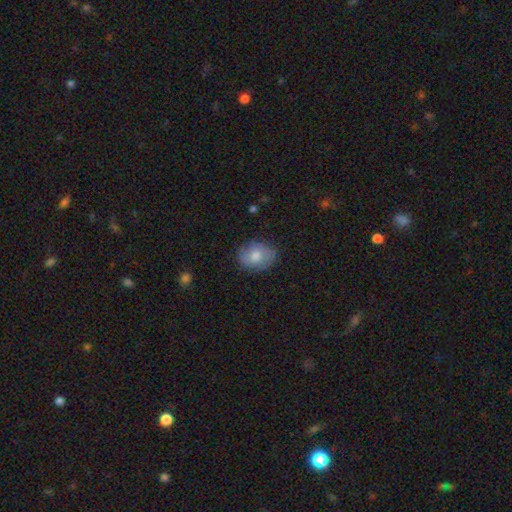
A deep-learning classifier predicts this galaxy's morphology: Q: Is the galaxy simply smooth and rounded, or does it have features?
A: smooth — 71%.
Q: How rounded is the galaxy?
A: in between — 59%.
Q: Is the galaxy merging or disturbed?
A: none — 83%.